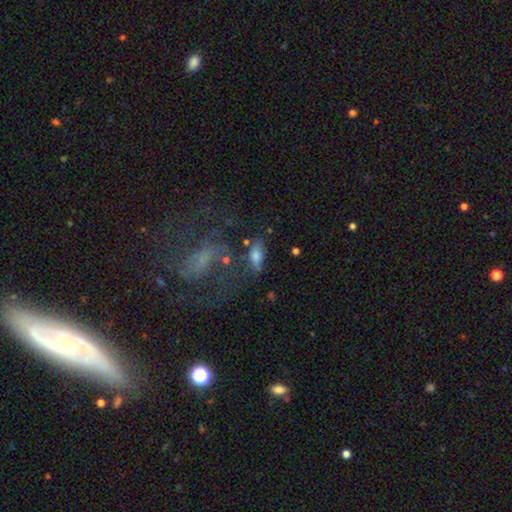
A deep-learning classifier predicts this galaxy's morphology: Q: Smooth or featured?
A: smooth (61%); runner-up: featured or disk (27%)
Q: How rounded?
A: in between (77%); runner-up: cigar-shaped (16%)
Q: Merging?
A: none (56%); runner-up: minor disturbance (20%)